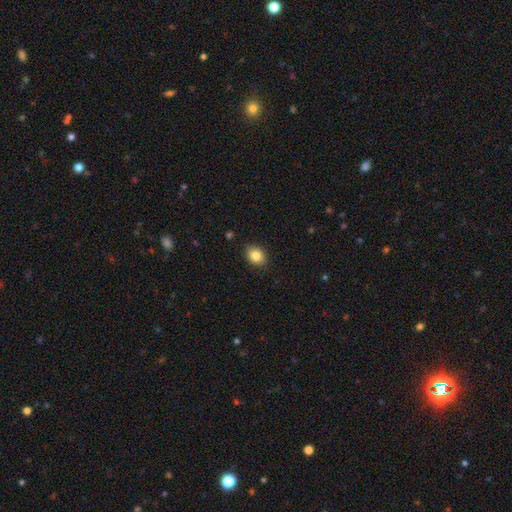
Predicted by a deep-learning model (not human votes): smooth_or_featured: smooth (p=0.84) [alt: star or artifact p=0.09]
how_rounded: round (p=0.50) [alt: in between p=0.49]
merging: none (p=0.86) [alt: minor disturbance p=0.11]